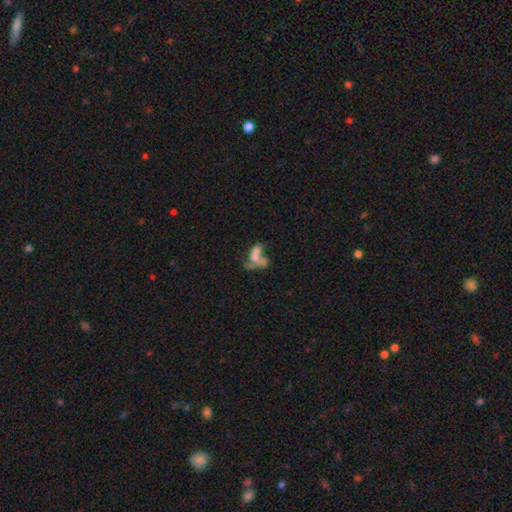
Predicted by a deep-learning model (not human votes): Overall: smooth (43%; featured or disk 42%). Merging: merger (49%; major disturbance 24%).